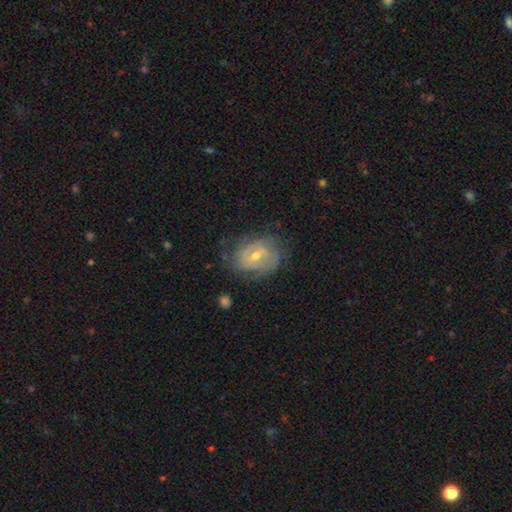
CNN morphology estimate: Q: Smooth or featured?
A: featured or disk (76%); runner-up: smooth (16%)
Q: Edge-on disk?
A: no (96%); runner-up: yes (4%)
Q: Bar?
A: weak (49%); runner-up: no (32%)
Q: Spiral arms?
A: yes (84%); runner-up: no (16%)
Q: Spiral winding?
A: tight (59%); runner-up: medium (30%)
Q: Spiral arm count?
A: can't tell (39%); runner-up: 2 (36%)
Q: Bulge size?
A: moderate (51%); runner-up: small (45%)
Q: Merging?
A: none (69%); runner-up: minor disturbance (21%)